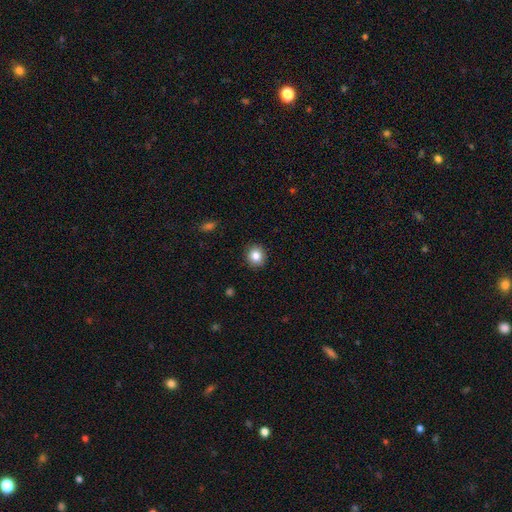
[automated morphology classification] Smooth or featured? Predicted: smooth (p=0.84). How rounded? Predicted: round (p=0.87). Merging? Predicted: none (p=0.91).